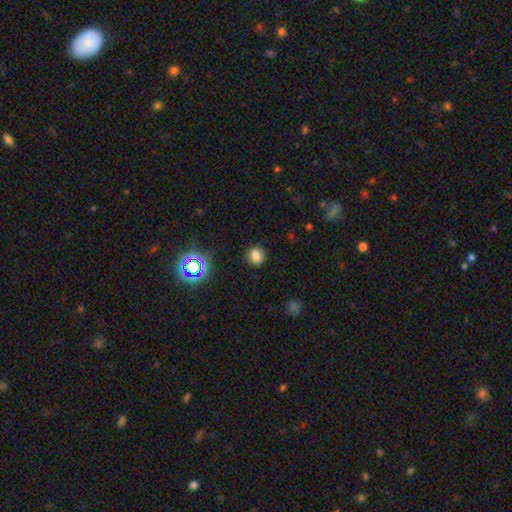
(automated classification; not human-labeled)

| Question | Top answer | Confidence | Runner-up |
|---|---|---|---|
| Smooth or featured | smooth | 77% | star or artifact (16%) |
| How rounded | round | 74% | in between (25%) |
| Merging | none | 86% | minor disturbance (10%) |